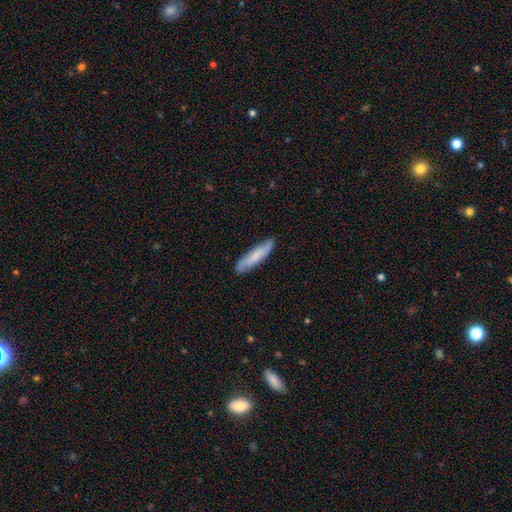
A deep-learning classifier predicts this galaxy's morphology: The model was most divided on "smooth or featured": smooth: 69%, featured or disk: 25%, star or artifact: 6%. More confident: merging — none (84%); how rounded — cigar-shaped (82%).